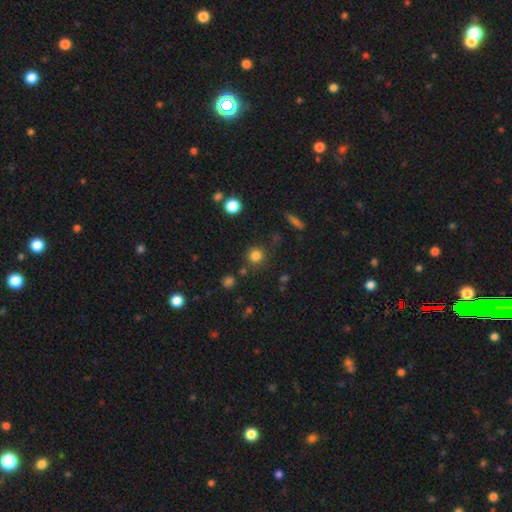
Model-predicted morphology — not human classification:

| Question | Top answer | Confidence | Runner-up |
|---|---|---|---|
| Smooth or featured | smooth | 80% | star or artifact (14%) |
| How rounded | round | 93% | in between (6%) |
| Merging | none | 84% | minor disturbance (8%) |